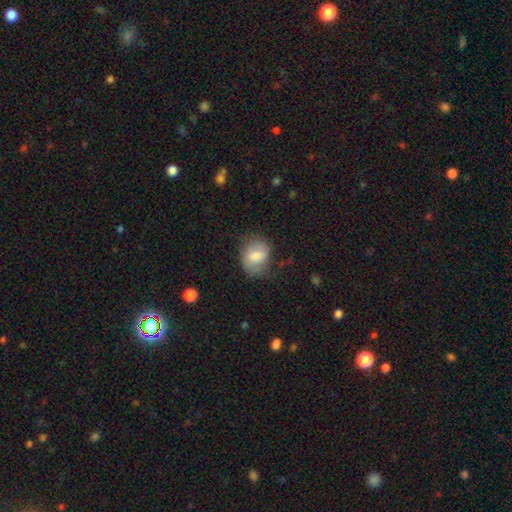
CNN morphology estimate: Smooth or featured? Predicted: smooth (p=0.66). How rounded? Predicted: round (p=0.56). Merging? Predicted: none (p=0.60).